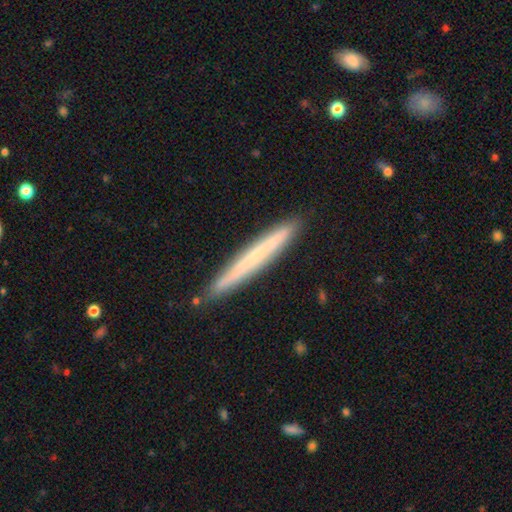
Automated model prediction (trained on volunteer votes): smooth 54%, featured or disk 40%, star or artifact 6%. Down the decision tree: how rounded — cigar-shaped (97%); merging — none (90%).